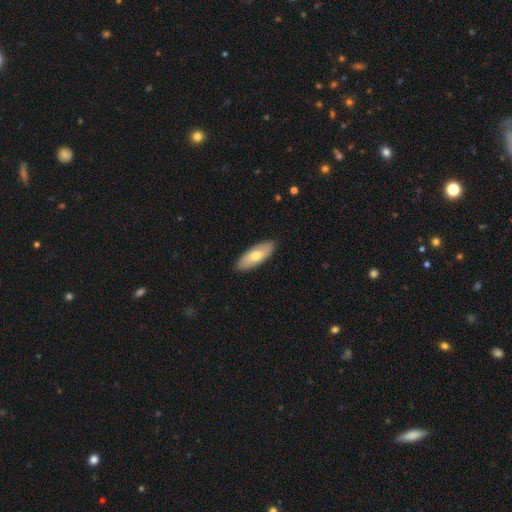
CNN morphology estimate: Smooth or featured? Predicted: smooth (p=0.65). How rounded? Predicted: in between (p=0.78). Merging? Predicted: none (p=0.88).